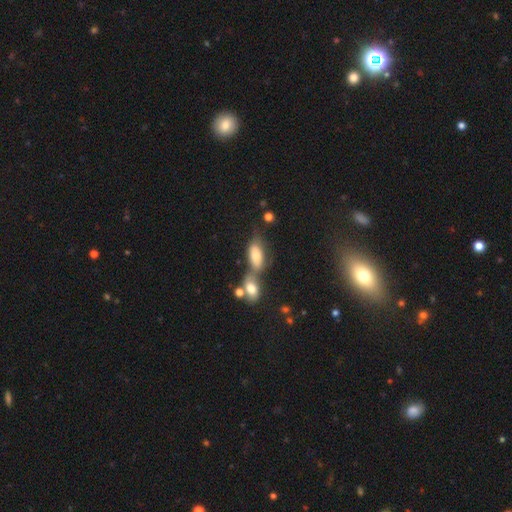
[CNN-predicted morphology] Smooth or featured? smooth (67%)
How rounded? in between (86%)
Merging? merger (48%)